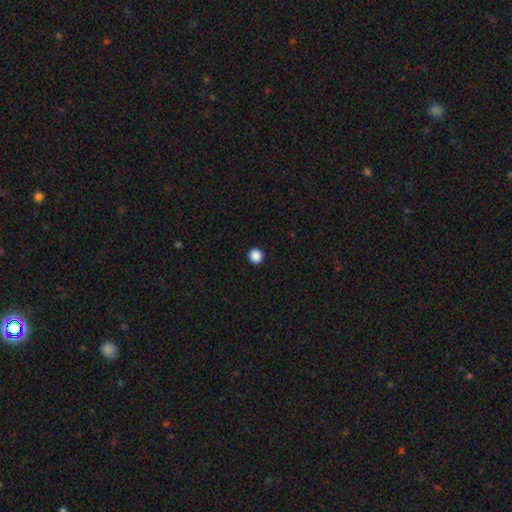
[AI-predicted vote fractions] smooth 89%, star or artifact 9%, featured or disk 2%. Down the decision tree: how rounded — round (93%); merging — none (94%).